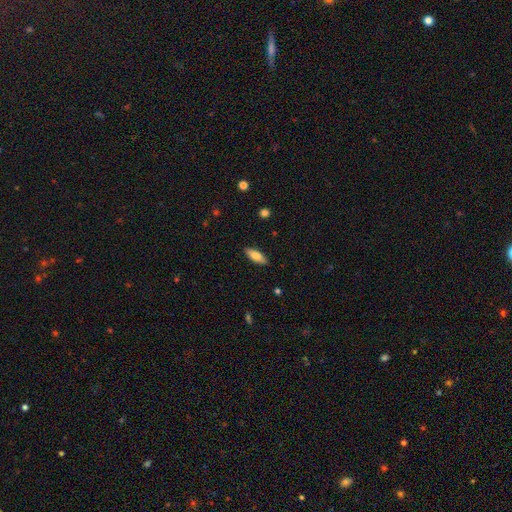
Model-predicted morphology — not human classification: The model was most divided on "how rounded": in between: 67%, cigar-shaped: 31%, round: 2%. More confident: merging — none (89%); smooth or featured — smooth (74%).